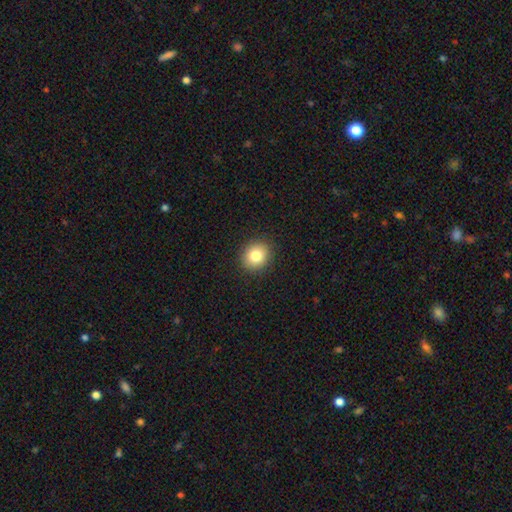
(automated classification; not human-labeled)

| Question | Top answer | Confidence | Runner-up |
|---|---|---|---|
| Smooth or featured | smooth | 81% | star or artifact (10%) |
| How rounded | round | 77% | in between (22%) |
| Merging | none | 91% | minor disturbance (6%) |